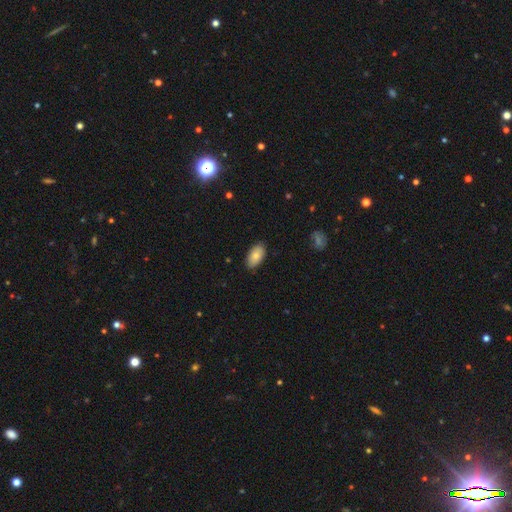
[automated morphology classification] Smooth or featured? smooth (82%)
How rounded? in between (94%)
Merging? none (86%)